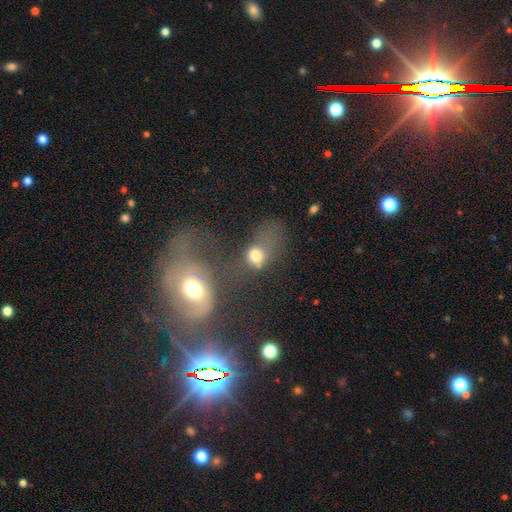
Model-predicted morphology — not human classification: smooth 63%, featured or disk 21%, star or artifact 16%. Down the decision tree: how rounded — round (50%); merging — merger (36%).